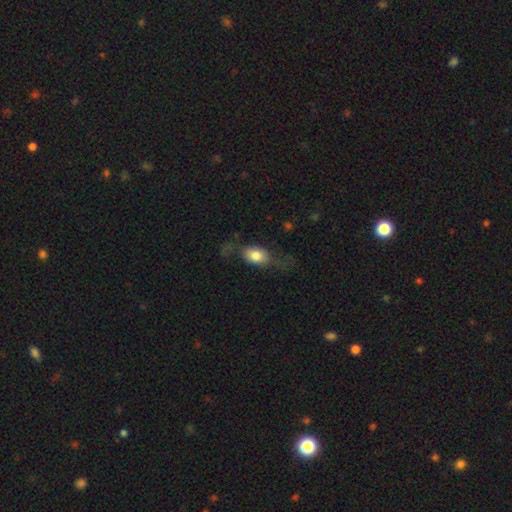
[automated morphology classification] The model was most divided on "merging": none: 48%, major disturbance: 28%, minor disturbance: 21%, merger: 3%. More confident: how rounded — in between (70%); smooth or featured — smooth (61%).